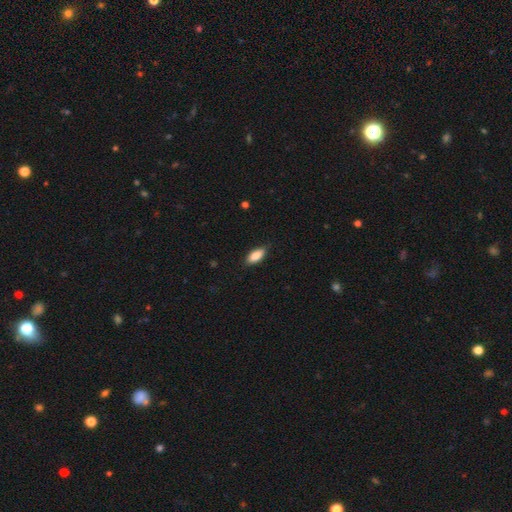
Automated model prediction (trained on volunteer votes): Q: Smooth or featured?
A: smooth (84%); runner-up: featured or disk (9%)
Q: How rounded?
A: in between (83%); runner-up: cigar-shaped (14%)
Q: Merging?
A: none (83%); runner-up: minor disturbance (13%)